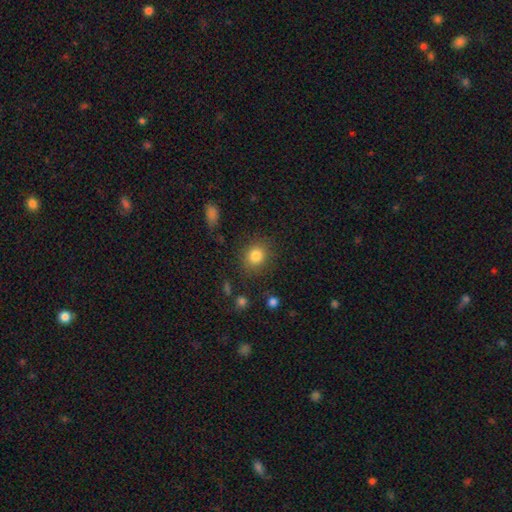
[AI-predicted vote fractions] Smooth or featured? Predicted: smooth (p=0.83). How rounded? Predicted: round (p=0.76). Merging? Predicted: none (p=0.84).